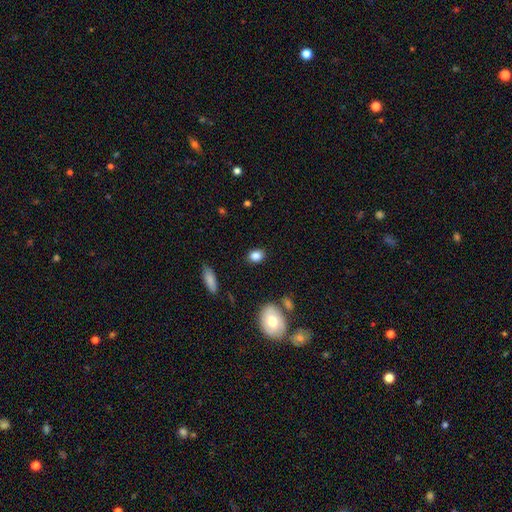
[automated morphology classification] Smooth or featured? Predicted: smooth (p=0.85). How rounded? Predicted: in between (p=0.67). Merging? Predicted: none (p=0.83).